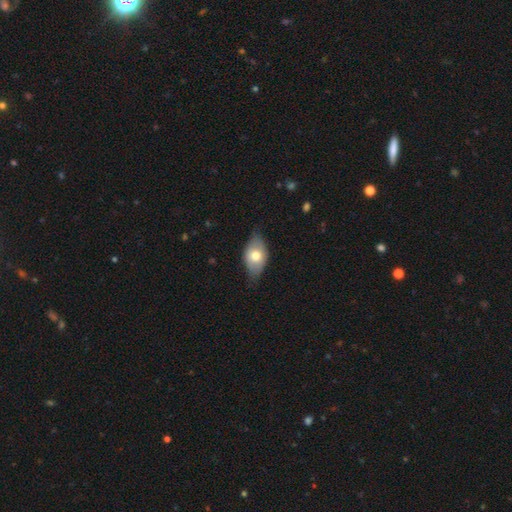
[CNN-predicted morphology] A smooth galaxy with no disk features (67%) that is in between round and cigar-shaped (89%).

Vote fractions:
- Smooth or featured? smooth: 67% / featured or disk: 27% / star or artifact: 6%
- How rounded? in between: 89% / round: 9% / cigar-shaped: 2%
- Merging? none: 71% / minor disturbance: 24% / major disturbance: 4% / merger: 1%